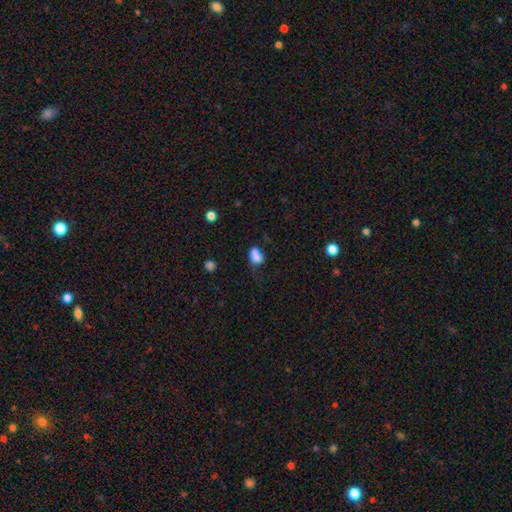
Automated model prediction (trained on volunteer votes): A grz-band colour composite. It shows a smooth galaxy with no disk features (79%) that is in between round and cigar-shaped (73%). Merging: none (36%).